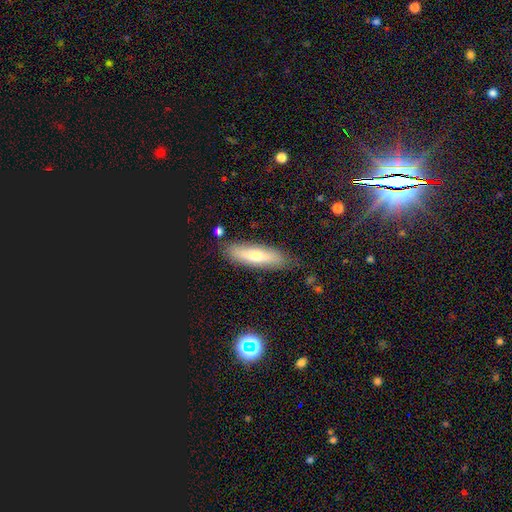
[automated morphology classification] A smooth galaxy with no disk features (56%) that is cigar-shaped (60%). Merging: none (83%).